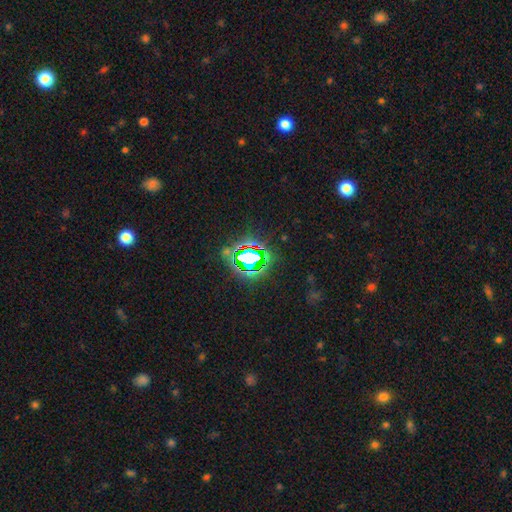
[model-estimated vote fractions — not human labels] star or artifact 71%, smooth 17%, featured or disk 11%.